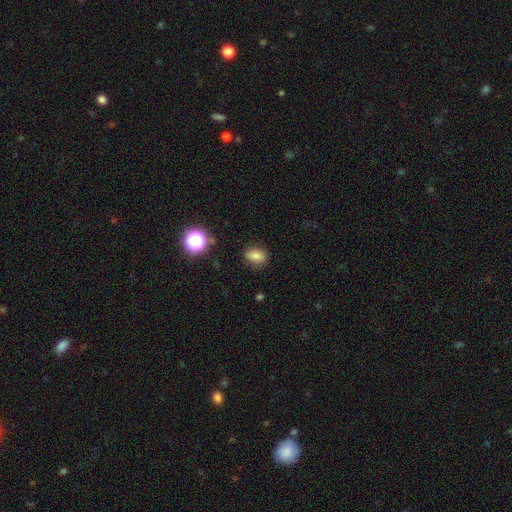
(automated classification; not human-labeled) The model was most divided on "how rounded": in between: 74%, round: 24%, cigar-shaped: 2%. More confident: merging — none (82%); smooth or featured — smooth (79%).